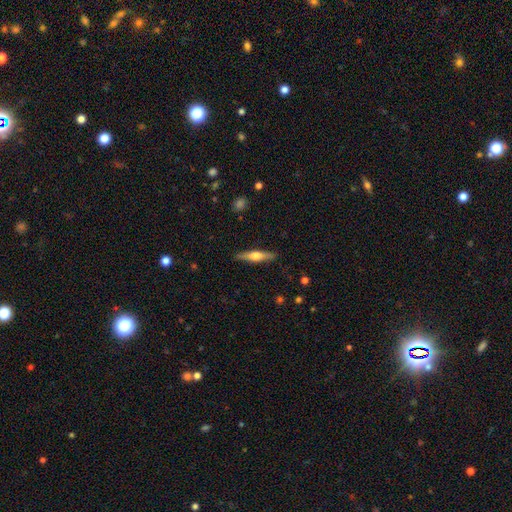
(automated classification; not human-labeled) Smooth or featured: featured or disk — 52% (smooth — 43%)
Edge-on disk: yes — 95% (no — 5%)
Merging: none — 89% (minor disturbance — 8%)